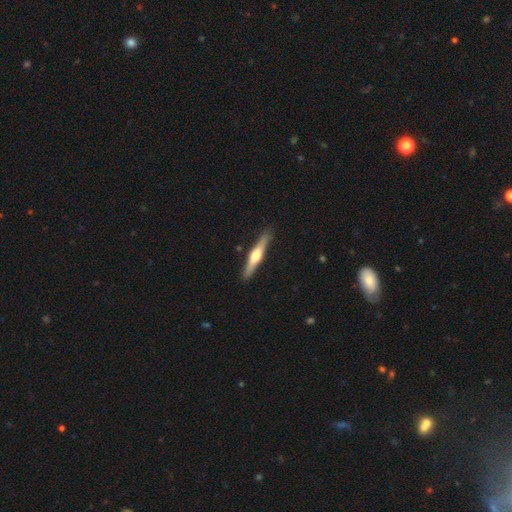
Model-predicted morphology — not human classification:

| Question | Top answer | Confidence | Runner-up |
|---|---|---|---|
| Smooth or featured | featured or disk | 65% | smooth (30%) |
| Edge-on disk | yes | 97% | no (3%) |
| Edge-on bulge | rounded | 92% | boxy (4%) |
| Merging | none | 90% | minor disturbance (7%) |